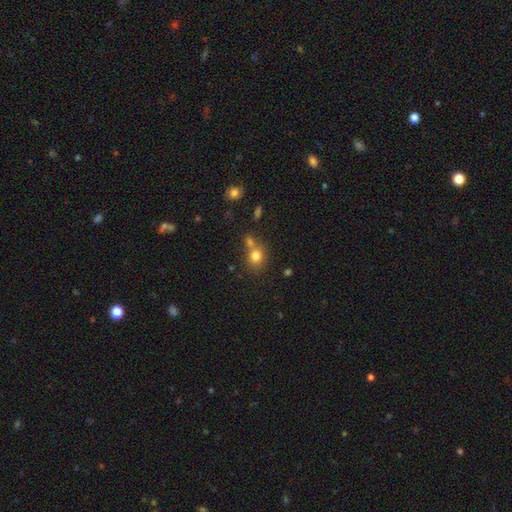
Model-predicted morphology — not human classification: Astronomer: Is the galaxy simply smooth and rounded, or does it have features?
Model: smooth — 78%.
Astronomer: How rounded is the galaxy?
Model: round — 69%.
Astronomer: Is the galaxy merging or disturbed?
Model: none — 53% (runner-up: merger, 33%).